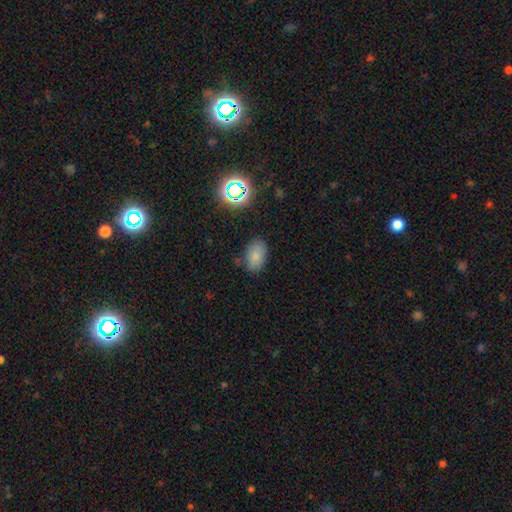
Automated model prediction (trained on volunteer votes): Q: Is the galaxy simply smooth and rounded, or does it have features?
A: smooth — 79%.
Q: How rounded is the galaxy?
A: in between — 88%.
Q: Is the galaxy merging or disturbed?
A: none — 76%.